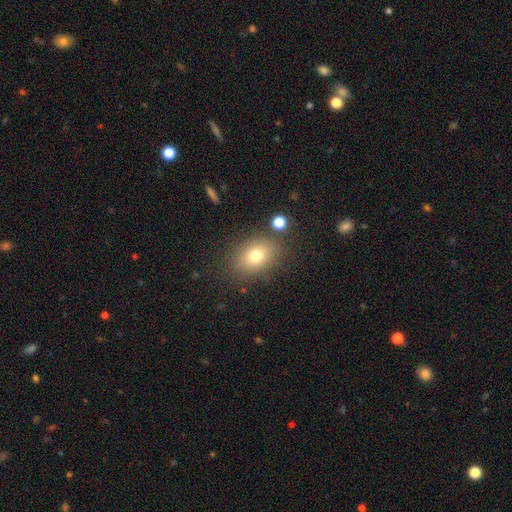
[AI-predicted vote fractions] This is likely a smooth galaxy (76%). How rounded: likely in between (70%). Merging: clearly none (80%).